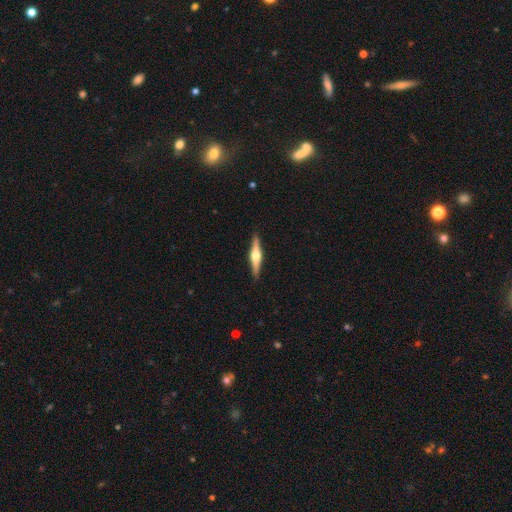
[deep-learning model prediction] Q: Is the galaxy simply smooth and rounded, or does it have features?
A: featured or disk — 73%.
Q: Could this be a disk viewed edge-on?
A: yes — 98%.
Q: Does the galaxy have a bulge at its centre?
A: rounded — 94%.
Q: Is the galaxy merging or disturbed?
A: none — 91%.